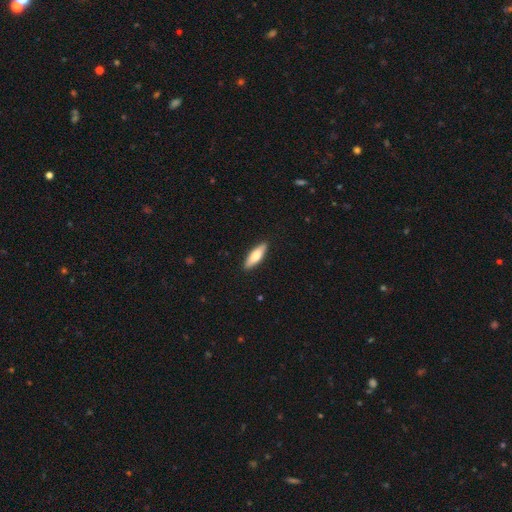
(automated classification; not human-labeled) Morphology: type=smooth (70%); roundness=cigar-shaped (52%); merging=none (89%).